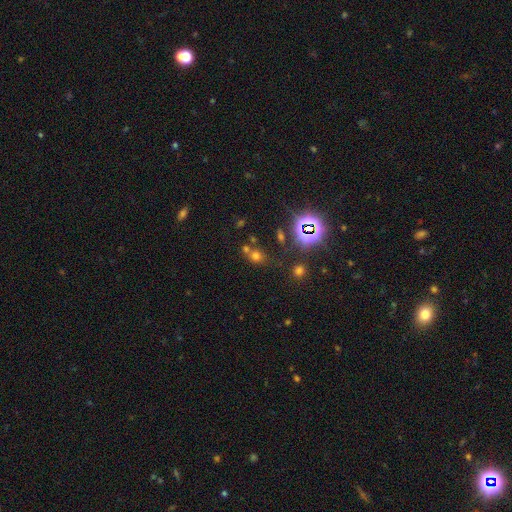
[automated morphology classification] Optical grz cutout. It shows a smooth galaxy with no disk features (55%) that is round (59%). Merging: none (56%).